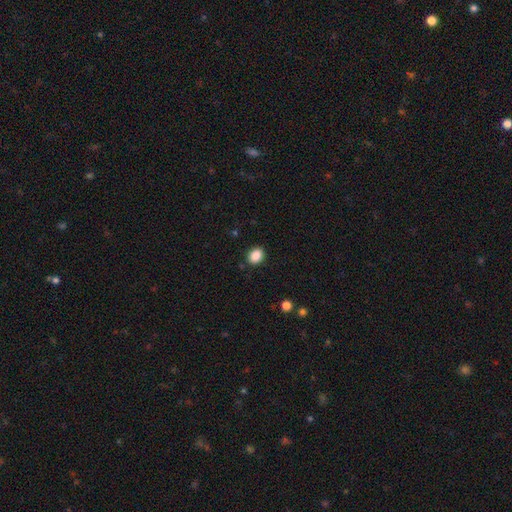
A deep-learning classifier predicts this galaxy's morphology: A smooth galaxy with no disk features (88%) that is in between round and cigar-shaped (59%). Merging: none (88%).